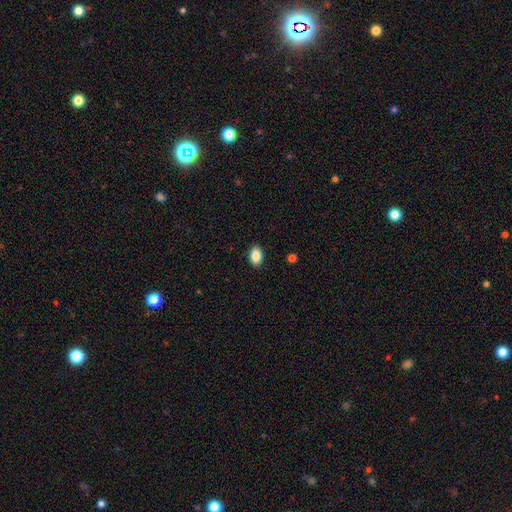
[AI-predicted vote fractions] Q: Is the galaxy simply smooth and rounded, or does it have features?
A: smooth — 87%.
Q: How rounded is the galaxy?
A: in between — 85%.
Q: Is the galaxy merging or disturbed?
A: none — 90%.